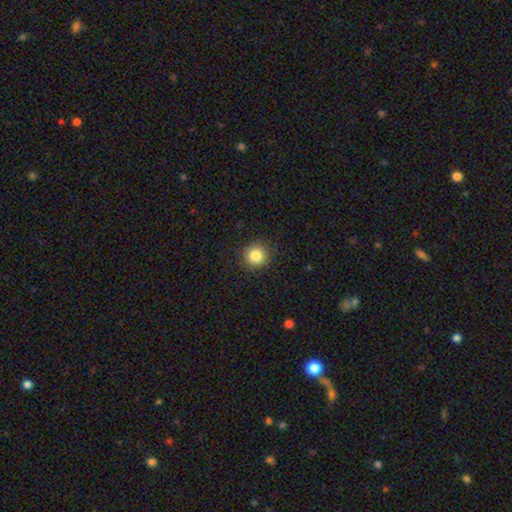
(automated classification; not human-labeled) Smooth or featured: smooth — 83% (star or artifact — 11%)
How rounded: round — 94% (in between — 5%)
Merging: none — 91% (minor disturbance — 6%)